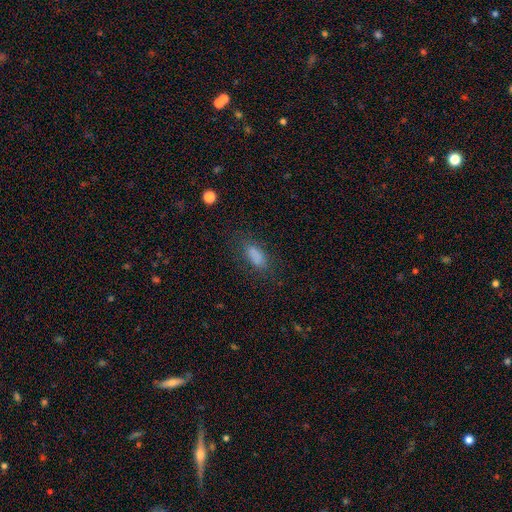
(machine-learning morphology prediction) A smooth galaxy with no disk features (81%) that is in between round and cigar-shaped (84%). Merging: none (73%).